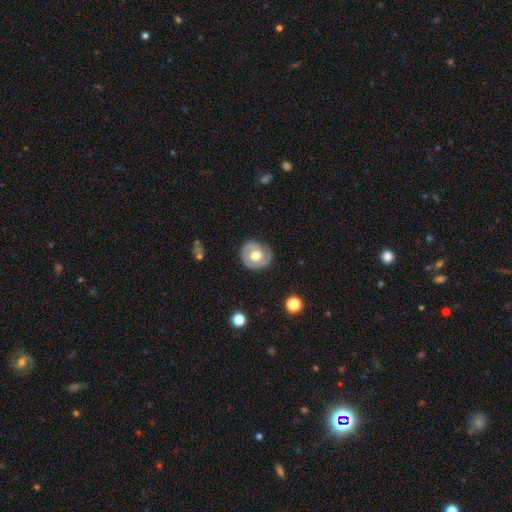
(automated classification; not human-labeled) Smooth or featured: featured or disk — 58% (smooth — 36%)
Edge-on disk: no — 97% (yes — 3%)
Bar: no — 67% (weak — 27%)
Spiral arms: yes — 66% (no — 34%)
Bulge size: moderate — 66% (large — 26%)
Merging: none — 80% (minor disturbance — 15%)